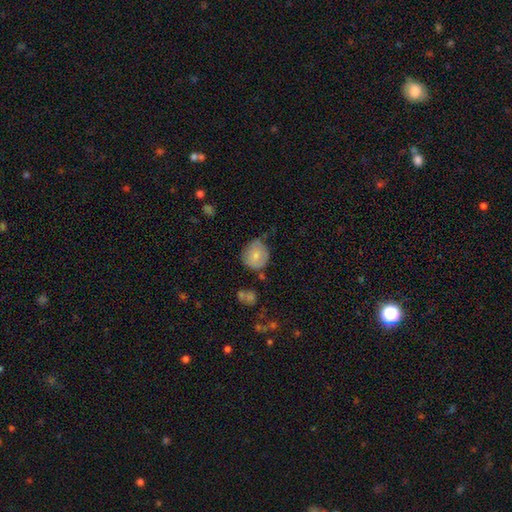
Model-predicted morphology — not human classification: Smooth or featured? smooth (76%)
How rounded? round (83%)
Merging? none (64%)